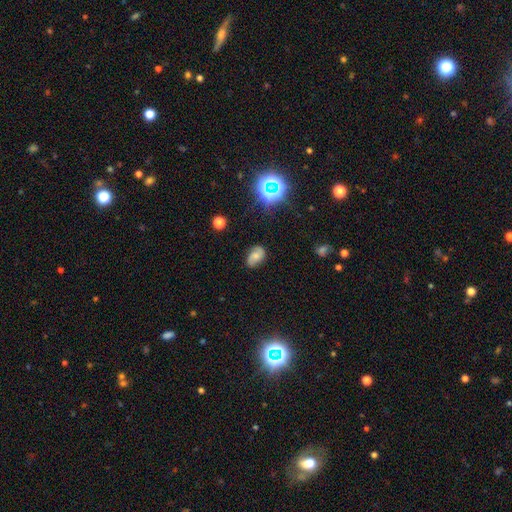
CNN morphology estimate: Smooth or featured? smooth (43%)
Merging? none (75%)